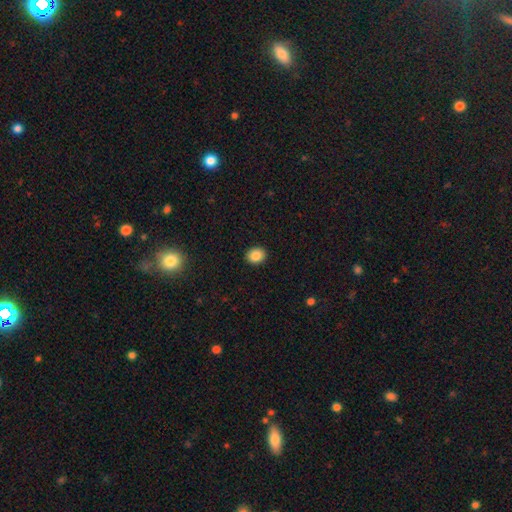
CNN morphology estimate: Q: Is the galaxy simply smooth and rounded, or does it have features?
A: smooth — 86%.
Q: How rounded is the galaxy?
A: round — 62%.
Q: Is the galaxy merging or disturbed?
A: none — 92%.